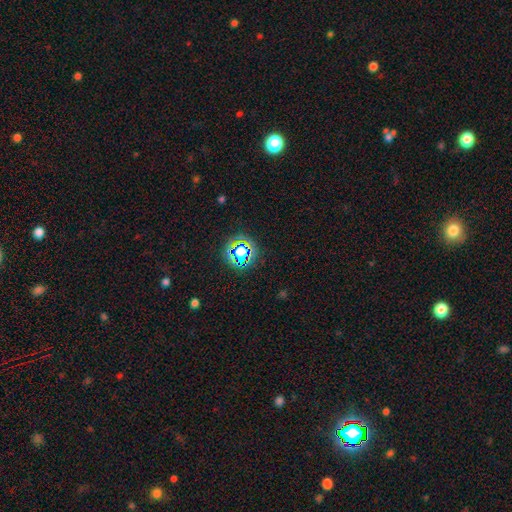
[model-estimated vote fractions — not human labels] The model was most divided on "smooth or featured": star or artifact: 76%, smooth: 16%, featured or disk: 8%.